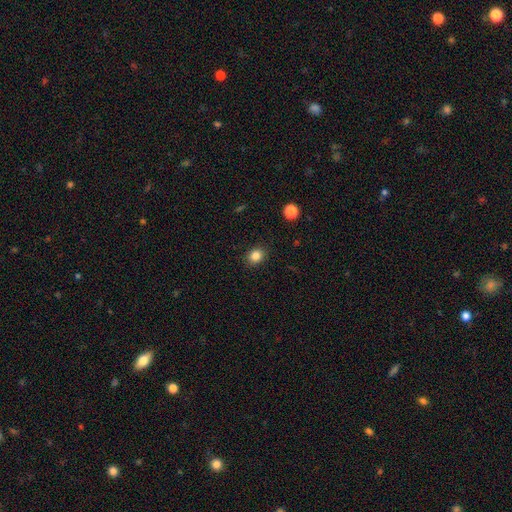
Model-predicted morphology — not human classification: Smooth or featured: smooth — 84% (star or artifact — 11%)
How rounded: round — 60% (in between — 40%)
Merging: none — 89% (minor disturbance — 8%)